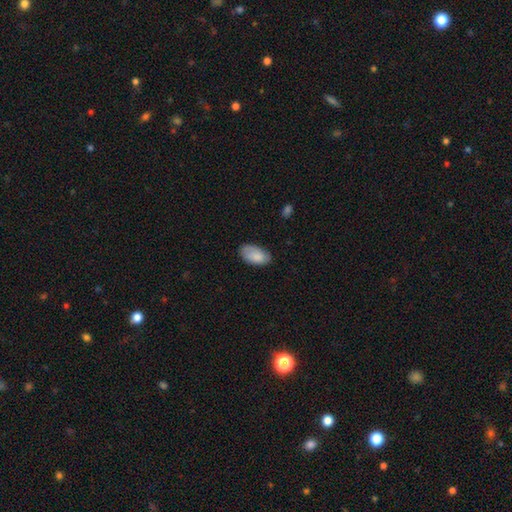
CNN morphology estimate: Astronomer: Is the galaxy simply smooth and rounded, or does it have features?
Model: smooth — 83%.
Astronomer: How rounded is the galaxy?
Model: in between — 95%.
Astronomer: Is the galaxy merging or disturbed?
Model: none — 75%.